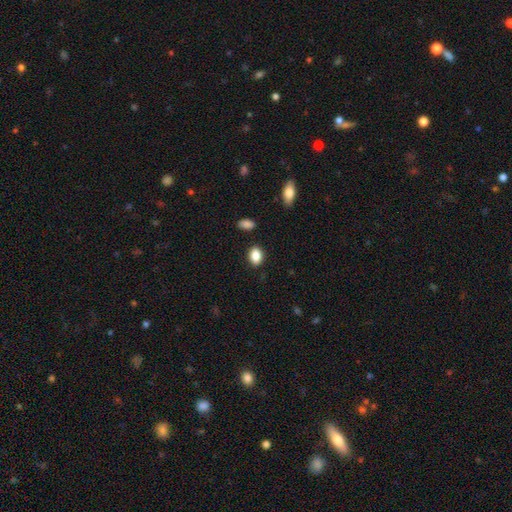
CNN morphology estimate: smooth-or-featured: smooth: 87% | star or artifact: 8% | featured or disk: 5%
  how-rounded: in between: 76% | round: 23% | cigar-shaped: 2%
  merging: none: 87% | minor disturbance: 9% | major disturbance: 2% | merger: 2%